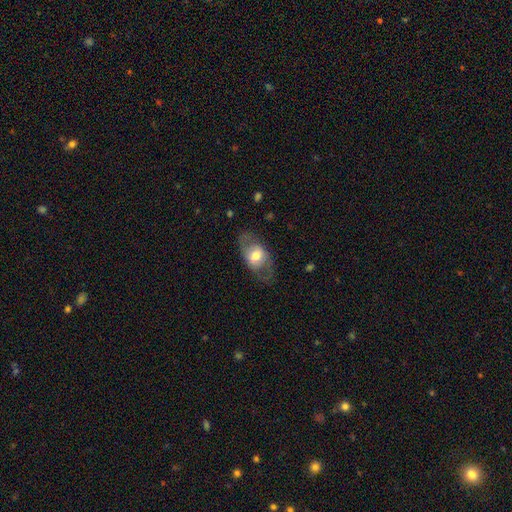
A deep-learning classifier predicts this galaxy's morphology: smooth-or-featured: smooth: 48% | featured or disk: 45% | star or artifact: 7%
  merging: none: 71% | minor disturbance: 16% | major disturbance: 11% | merger: 1%